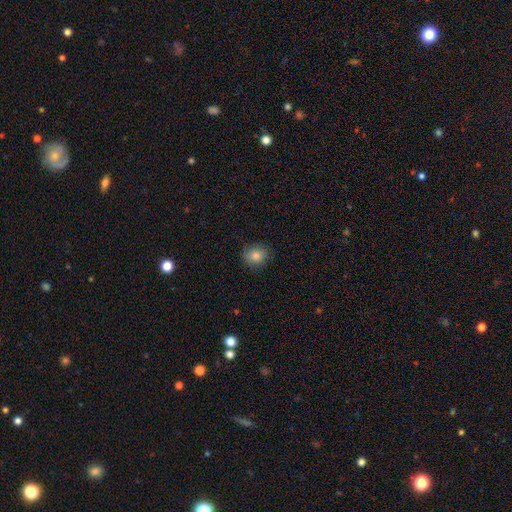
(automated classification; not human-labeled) This is clearly a smooth galaxy (84%). How rounded: likely round (72%). Merging: clearly none (80%).